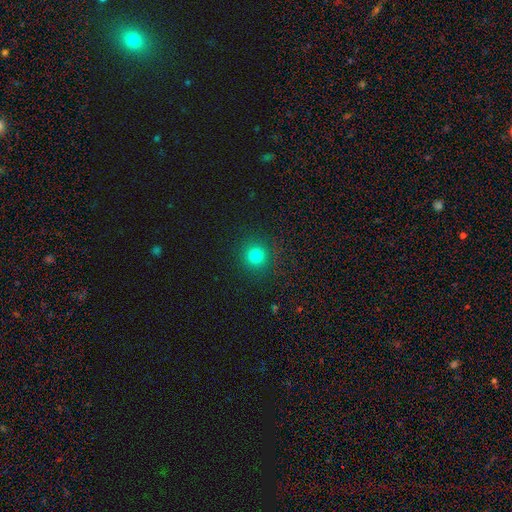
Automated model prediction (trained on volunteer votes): This is likely a smooth galaxy (79%). How rounded: clearly round (95%). Merging: clearly none (91%).